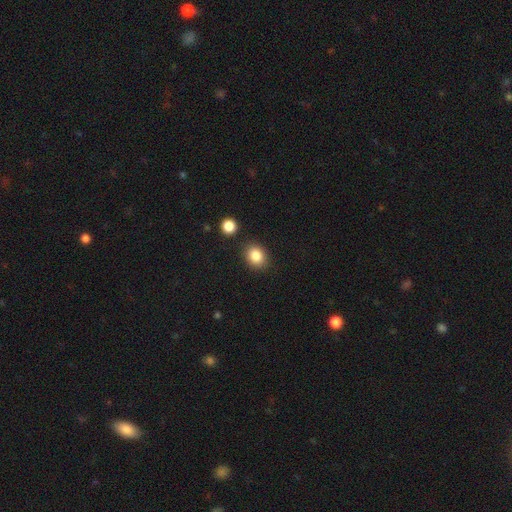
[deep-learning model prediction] This appears to be a smooth galaxy with no disk features (85%) that is round (56%). Merging: none (85%).